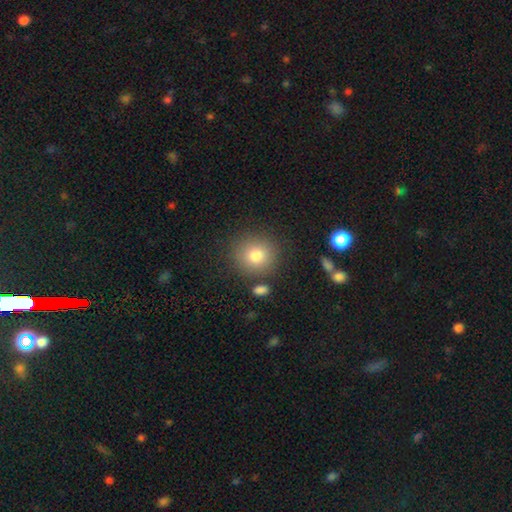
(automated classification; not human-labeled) This appears to be a smooth galaxy with no disk features (80%) that is round (89%). Merging: none (82%).